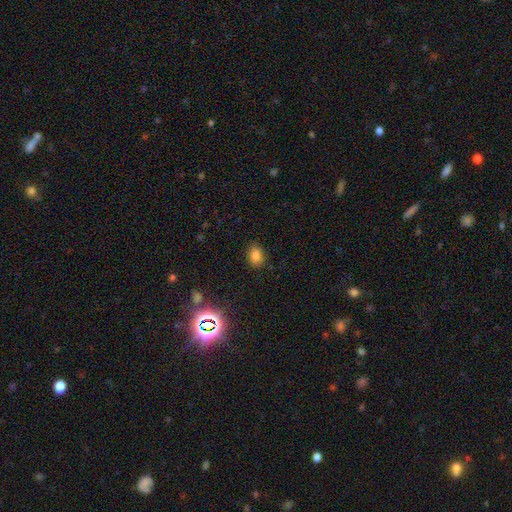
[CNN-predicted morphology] Smooth or featured? smooth (81%)
How rounded? in between (73%)
Merging? none (85%)